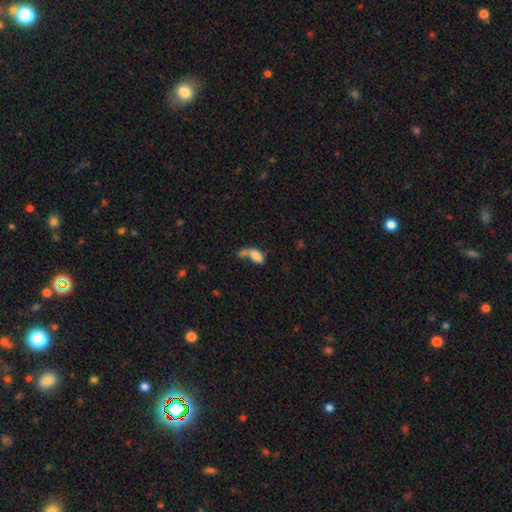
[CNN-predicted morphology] smooth 73%, featured or disk 17%, star or artifact 10%. Down the decision tree: how rounded — in between (84%); merging — merger (41%).